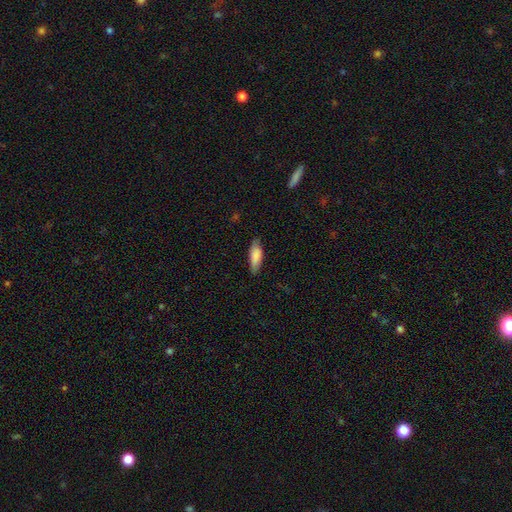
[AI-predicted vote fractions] smooth 84%, featured or disk 10%, star or artifact 6%. Down the decision tree: how rounded — in between (63%); merging — none (78%).